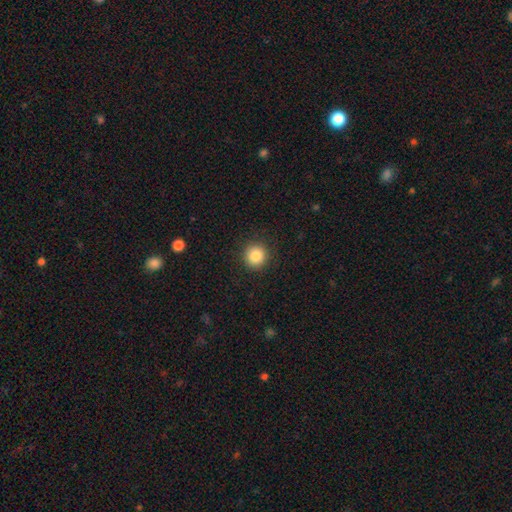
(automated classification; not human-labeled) A smooth galaxy with no disk features (86%) that is round (93%). Merging: none (91%).